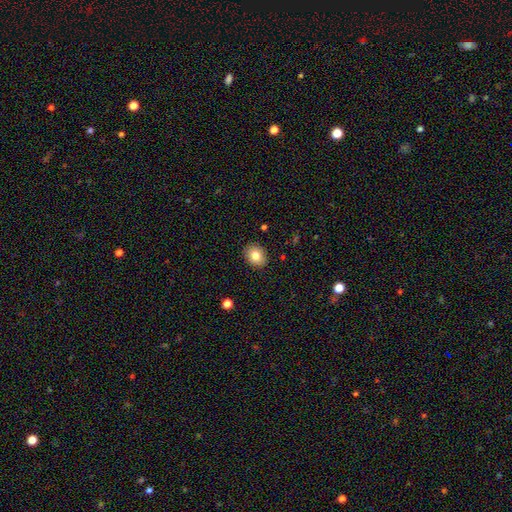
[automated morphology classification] The model was most divided on "how rounded": round: 54%, in between: 45%, cigar-shaped: 1%. More confident: merging — none (89%); smooth or featured — smooth (80%).